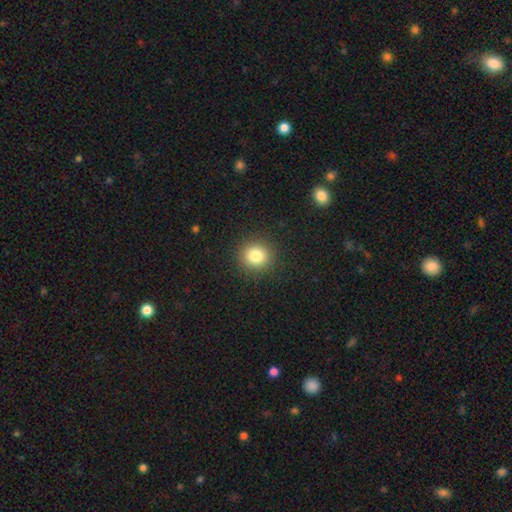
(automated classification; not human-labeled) This appears to be a smooth galaxy with no disk features (82%) that is round (89%). Merging: none (91%).